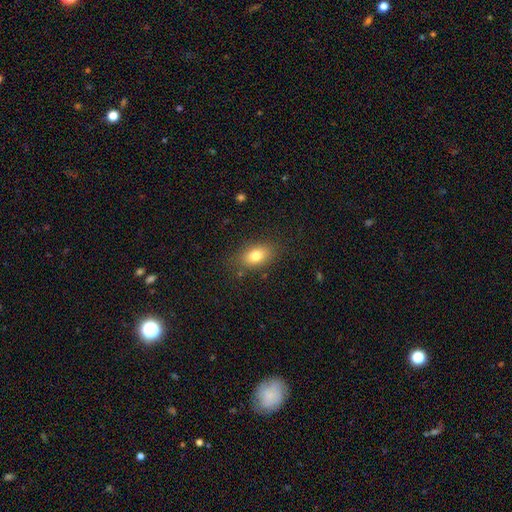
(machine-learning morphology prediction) The model was most divided on "merging": none: 81%, minor disturbance: 13%, major disturbance: 4%, merger: 2%. More confident: how rounded — in between (84%); smooth or featured — smooth (79%).